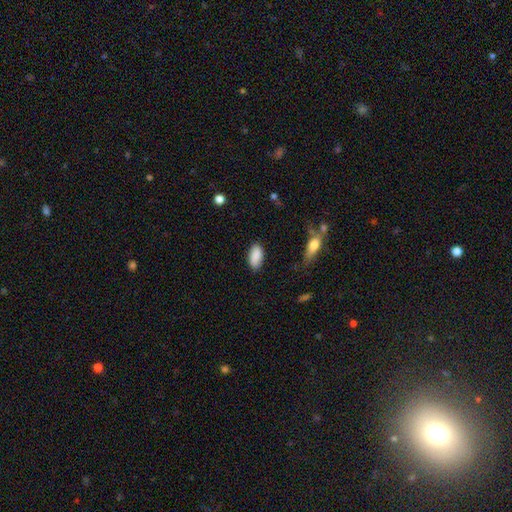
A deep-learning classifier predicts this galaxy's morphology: smooth-or-featured: smooth: 88% | star or artifact: 7% | featured or disk: 5%
  how-rounded: in between: 91% | cigar-shaped: 6% | round: 3%
  merging: none: 81% | minor disturbance: 14% | major disturbance: 3% | merger: 2%